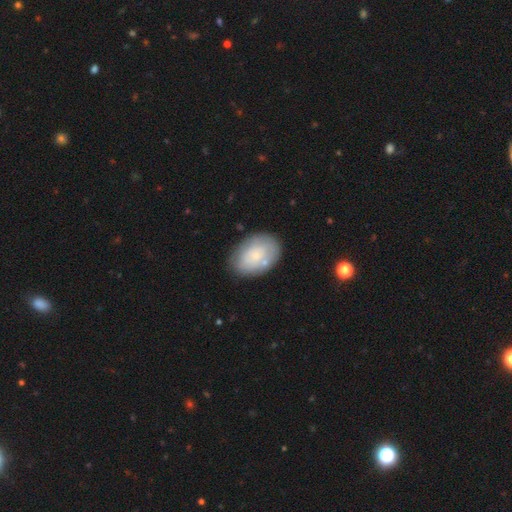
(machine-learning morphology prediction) Smooth or featured?
  - smooth: 67% *
  - featured or disk: 27%
  - star or artifact: 7%
How rounded?
  - in between: 84% *
  - round: 14%
  - cigar-shaped: 1%
Merging?
  - none: 72% *
  - minor disturbance: 18%
  - major disturbance: 5%
  - merger: 5%